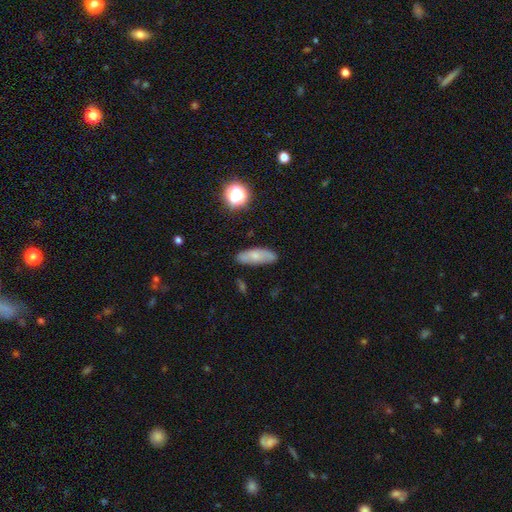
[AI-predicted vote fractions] smooth 66%, featured or disk 25%, star or artifact 9%. Down the decision tree: how rounded — in between (61%); merging — none (80%).